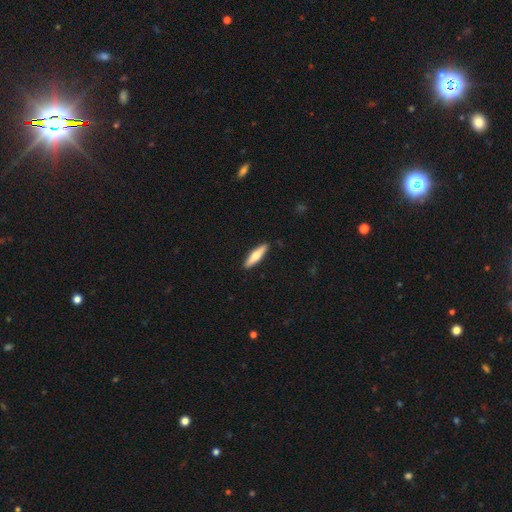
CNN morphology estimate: Q: Smooth or featured?
A: smooth (54%); runner-up: featured or disk (41%)
Q: How rounded?
A: cigar-shaped (78%); runner-up: in between (20%)
Q: Merging?
A: none (90%); runner-up: minor disturbance (7%)